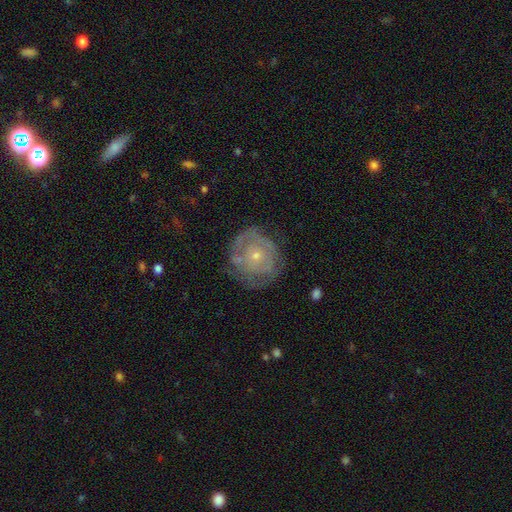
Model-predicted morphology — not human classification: type=featured or disk (66%); edge-on=no (97%); bar=no (87%); spiral arms=yes (62%); bulge=small (69%); merging=none (69%).